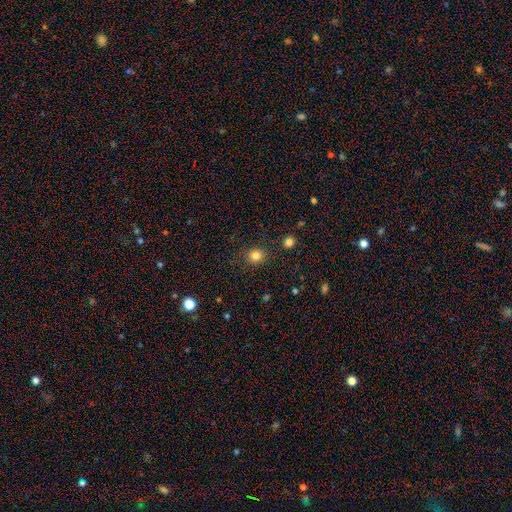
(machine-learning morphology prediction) Smooth or featured: smooth — 82% (star or artifact — 13%)
How rounded: round — 78% (in between — 21%)
Merging: none — 86% (minor disturbance — 9%)